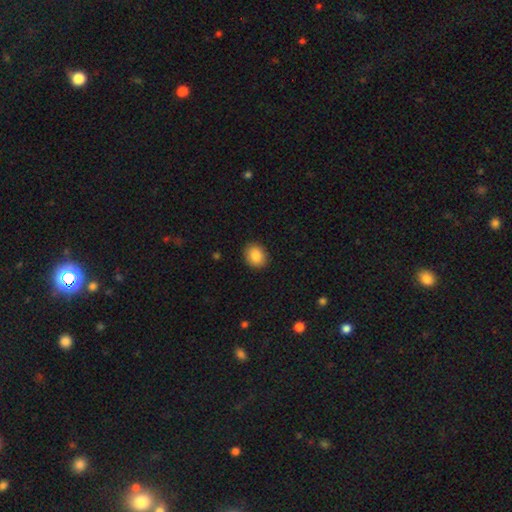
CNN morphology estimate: Q: Smooth or featured?
A: smooth (87%); runner-up: star or artifact (8%)
Q: How rounded?
A: round (60%); runner-up: in between (40%)
Q: Merging?
A: none (90%); runner-up: minor disturbance (7%)